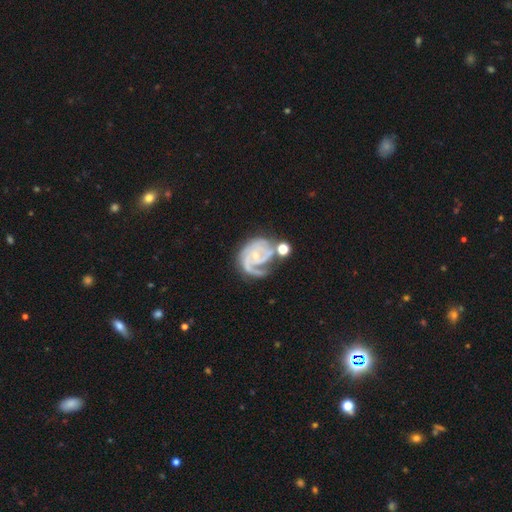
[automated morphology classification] Overall: featured or disk (88%). Edge-on disk: no (98%). Bar: no (66%; weak 27%). Spiral arms: yes (97%). Spiral arm count: 2 (39%; 3 26%). Spiral winding: tight (55%; medium 36%). Bulge size: small (72%). Merging: none (45%; minor disturbance 22%).